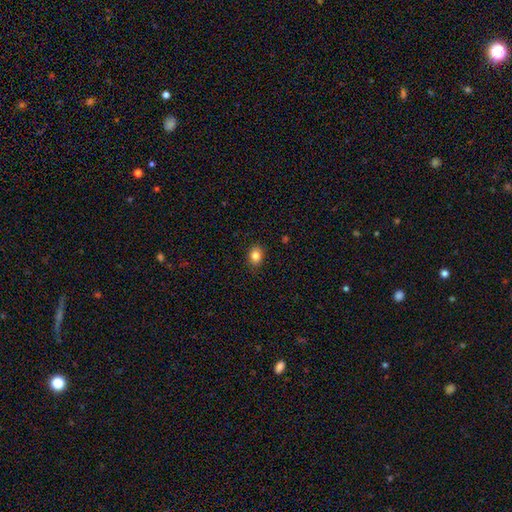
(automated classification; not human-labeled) Q: Smooth or featured?
A: smooth (83%); runner-up: star or artifact (11%)
Q: How rounded?
A: round (51%); runner-up: in between (48%)
Q: Merging?
A: none (88%); runner-up: minor disturbance (9%)